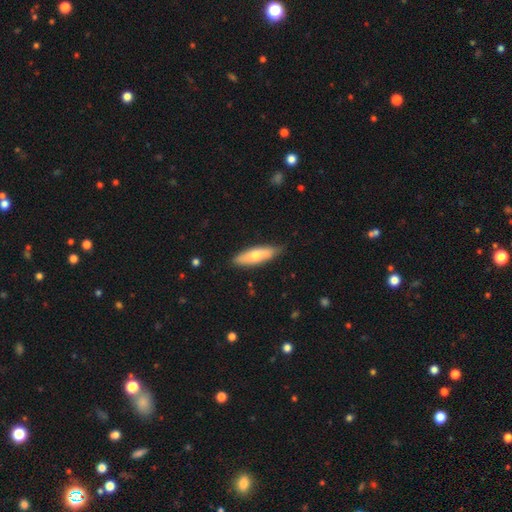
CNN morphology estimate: Smooth or featured? Predicted: smooth (p=0.62). How rounded? Predicted: in between (p=0.53). Merging? Predicted: none (p=0.82).